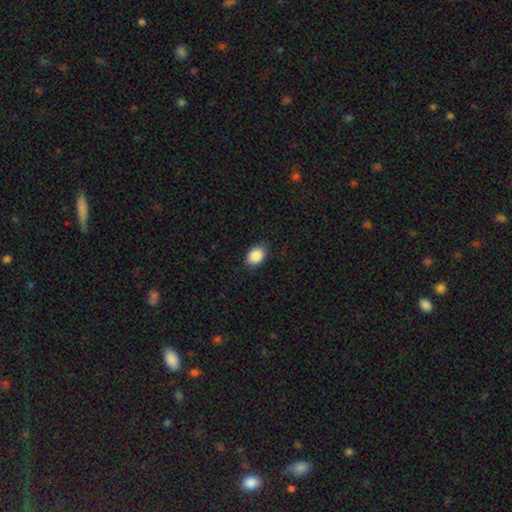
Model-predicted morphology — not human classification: Q: Smooth or featured?
A: smooth (89%); runner-up: star or artifact (8%)
Q: How rounded?
A: in between (80%); runner-up: round (18%)
Q: Merging?
A: none (87%); runner-up: minor disturbance (10%)